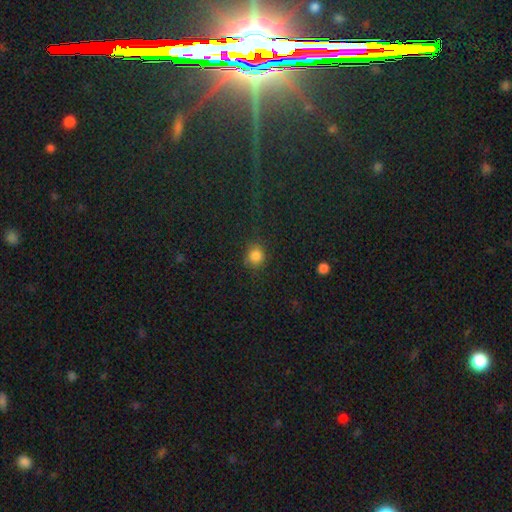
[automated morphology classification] smooth_or_featured: smooth (p=0.82) [alt: star or artifact p=0.13]
how_rounded: round (p=0.84) [alt: in between p=0.15]
merging: none (p=0.77) [alt: minor disturbance p=0.15]